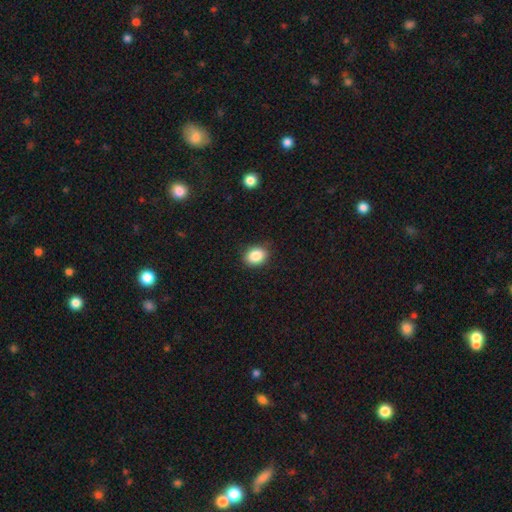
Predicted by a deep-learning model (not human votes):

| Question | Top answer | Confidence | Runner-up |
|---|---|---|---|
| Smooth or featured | smooth | 87% | star or artifact (9%) |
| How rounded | in between | 61% | round (38%) |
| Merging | none | 86% | minor disturbance (10%) |